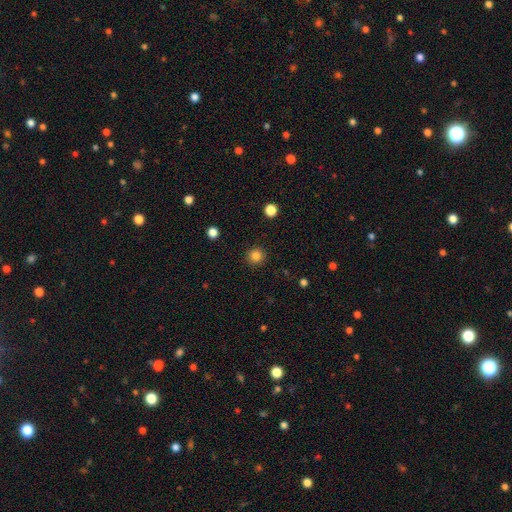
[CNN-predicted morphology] type=smooth (83%); roundness=round (94%); merging=none (91%).